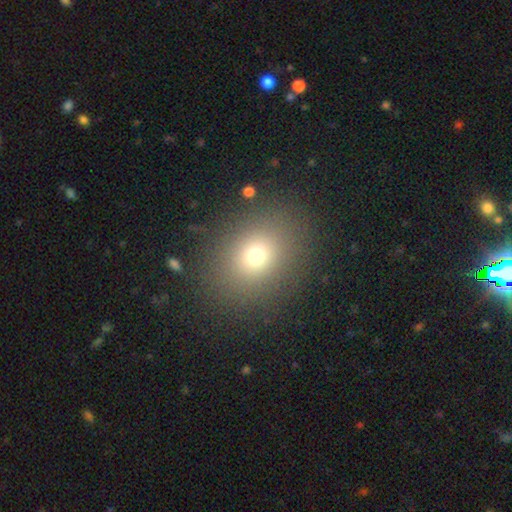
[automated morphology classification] Smooth or featured? smooth (71%)
How rounded? round (56%)
Merging? none (85%)